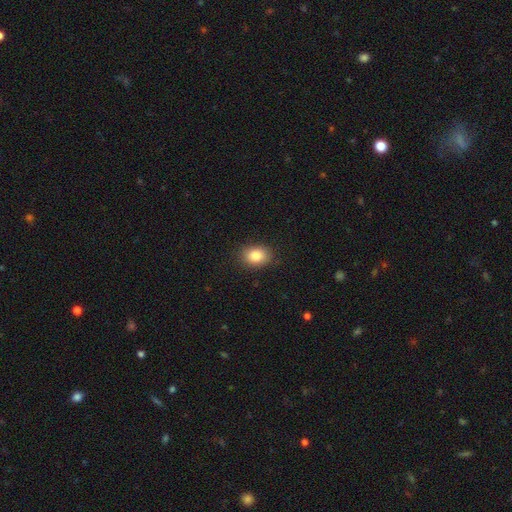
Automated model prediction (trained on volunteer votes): This appears to be a smooth galaxy with no disk features (85%) that is in between round and cigar-shaped (65%). Merging: none (85%).